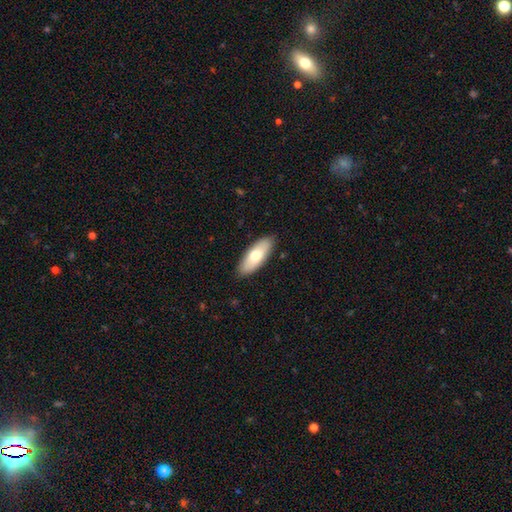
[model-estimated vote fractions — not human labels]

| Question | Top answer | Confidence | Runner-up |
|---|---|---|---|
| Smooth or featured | smooth | 70% | featured or disk (25%) |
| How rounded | in between | 76% | cigar-shaped (22%) |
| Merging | none | 87% | minor disturbance (10%) |